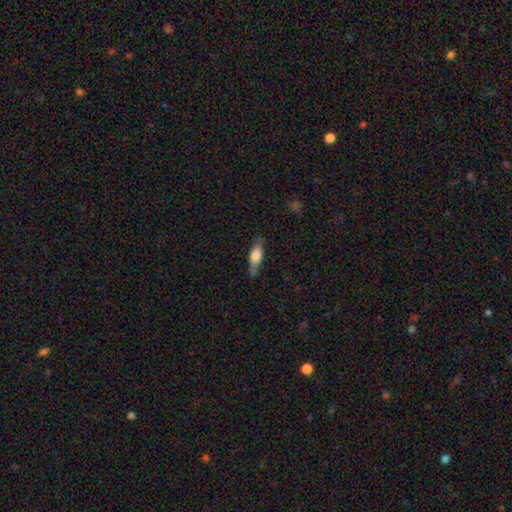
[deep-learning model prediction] A smooth galaxy with no disk features (58%) that is in between round and cigar-shaped (51%).

Vote fractions:
- Smooth or featured? smooth: 58% / featured or disk: 35% / star or artifact: 6%
- How rounded? in between: 51% / cigar-shaped: 46% / round: 3%
- Merging? none: 77% / minor disturbance: 18% / major disturbance: 4% / merger: 1%